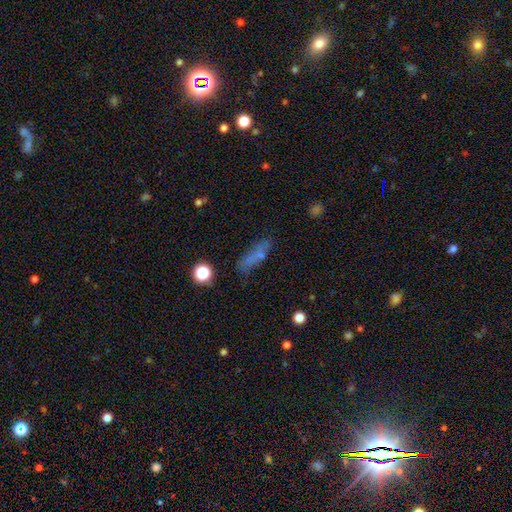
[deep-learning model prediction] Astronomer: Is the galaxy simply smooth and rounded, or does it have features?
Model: smooth — 64%.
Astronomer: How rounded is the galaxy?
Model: cigar-shaped — 62%.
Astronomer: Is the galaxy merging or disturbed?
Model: none — 68%.